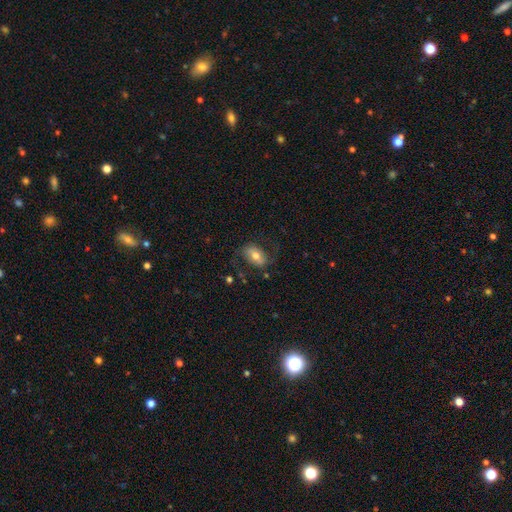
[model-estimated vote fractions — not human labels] smooth-or-featured: smooth: 47% | featured or disk: 45% | star or artifact: 8%
  merging: none: 67% | minor disturbance: 17% | major disturbance: 14% | merger: 2%